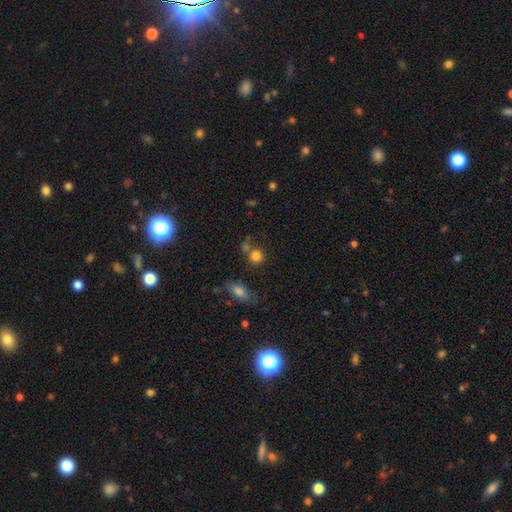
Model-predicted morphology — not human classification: smooth-or-featured: smooth: 81% | star or artifact: 12% | featured or disk: 7%
  how-rounded: round: 87% | in between: 12% | cigar-shaped: 1%
  merging: none: 63% | merger: 21% | minor disturbance: 11% | major disturbance: 5%